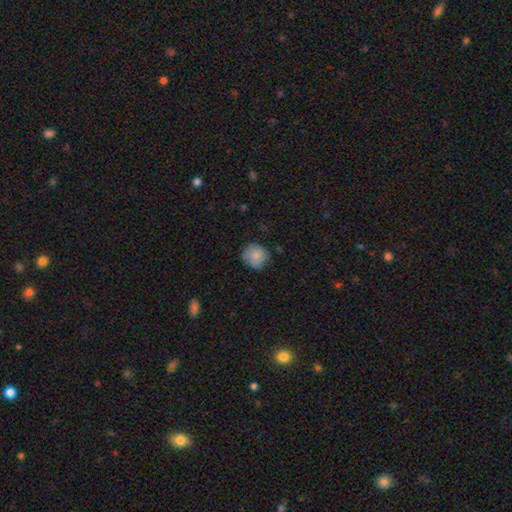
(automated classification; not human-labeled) Smooth or featured? Predicted: smooth (p=0.81). How rounded? Predicted: round (p=0.89). Merging? Predicted: none (p=0.75).